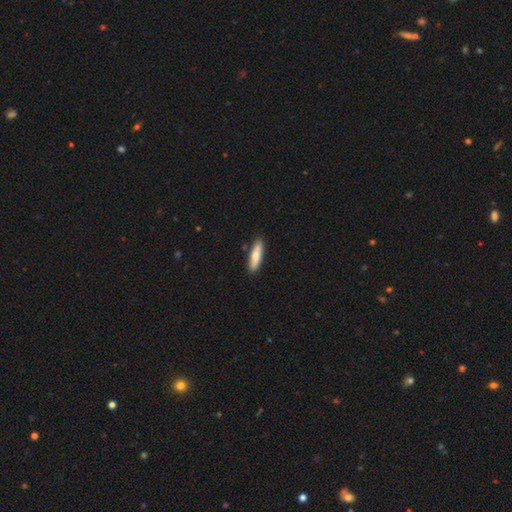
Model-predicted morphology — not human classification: Smooth or featured?
  - smooth: 73% *
  - featured or disk: 22%
  - star or artifact: 5%
How rounded?
  - cigar-shaped: 71% *
  - in between: 28%
  - round: 2%
Merging?
  - none: 86% *
  - minor disturbance: 10%
  - merger: 2%
  - major disturbance: 2%